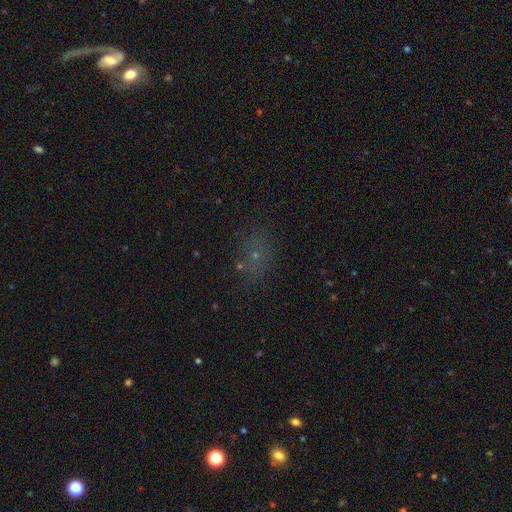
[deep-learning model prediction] Smooth or featured? smooth (50%)
Merging? none (74%)